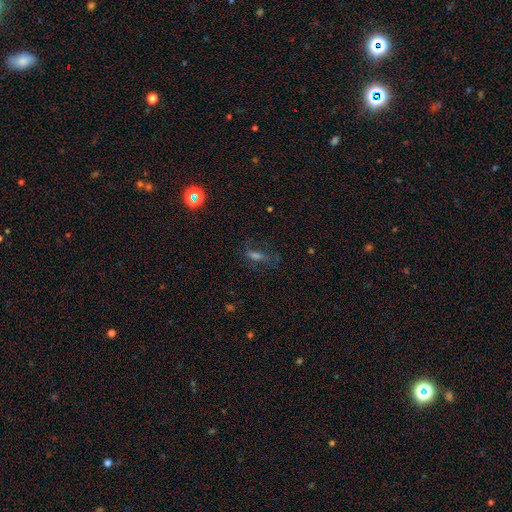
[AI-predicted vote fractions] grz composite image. It shows a smooth galaxy with no disk features (39%). Merging: none (60%).